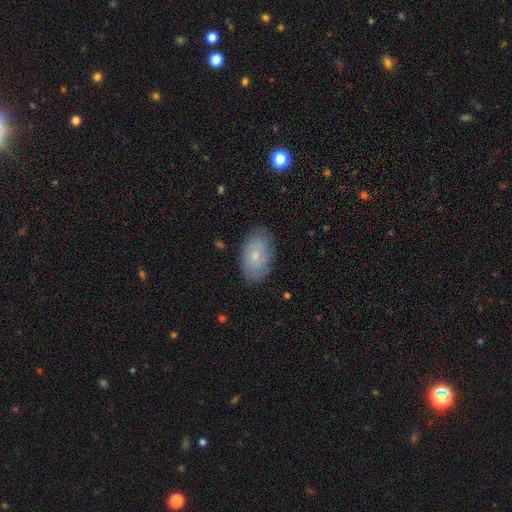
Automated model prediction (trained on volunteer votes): Smooth or featured?
  - smooth: 60% *
  - featured or disk: 32%
  - star or artifact: 8%
How rounded?
  - in between: 93% *
  - round: 6%
  - cigar-shaped: 2%
Merging?
  - none: 81% *
  - minor disturbance: 14%
  - major disturbance: 3%
  - merger: 1%